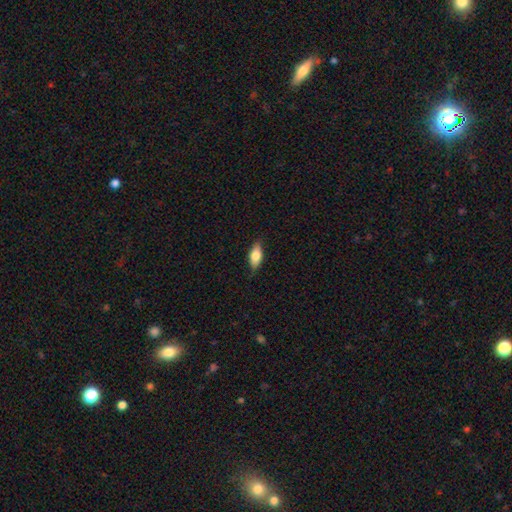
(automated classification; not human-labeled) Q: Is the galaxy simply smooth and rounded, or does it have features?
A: smooth — 76%.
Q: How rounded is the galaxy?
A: in between — 83%.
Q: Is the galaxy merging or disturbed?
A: none — 84%.